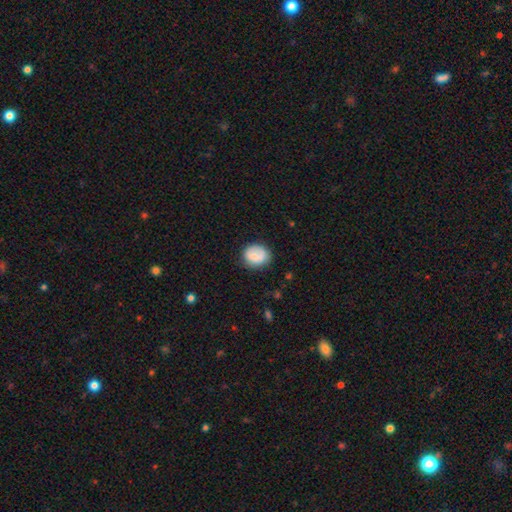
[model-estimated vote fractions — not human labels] This appears to be a smooth galaxy with no disk features (77%) that is round (63%). Merging: none (73%).